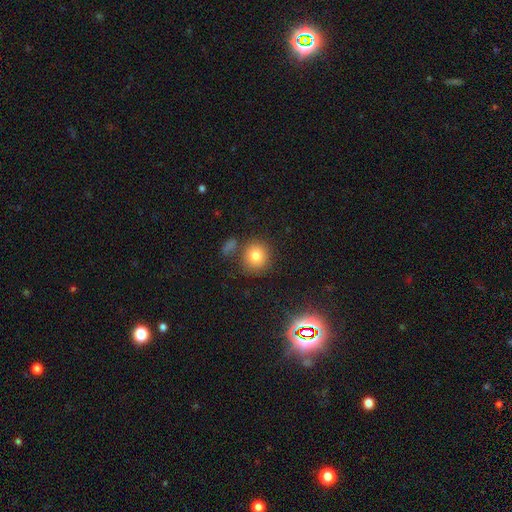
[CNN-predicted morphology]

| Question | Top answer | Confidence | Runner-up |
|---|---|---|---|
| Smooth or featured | smooth | 79% | star or artifact (12%) |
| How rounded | round | 89% | in between (10%) |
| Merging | none | 77% | minor disturbance (11%) |